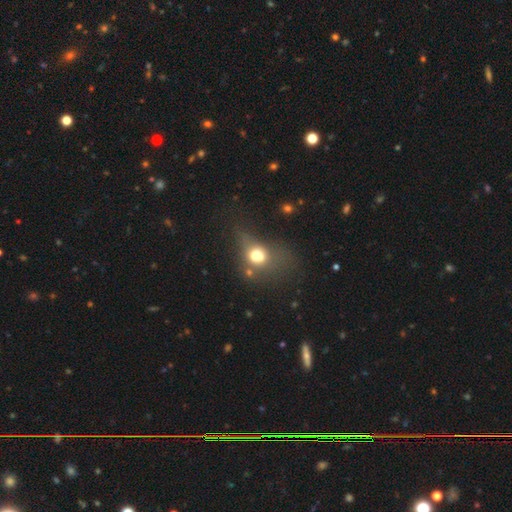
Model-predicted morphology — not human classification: type=smooth (64%); roundness=round (52%); merging=major disturbance (28%, tied with none).